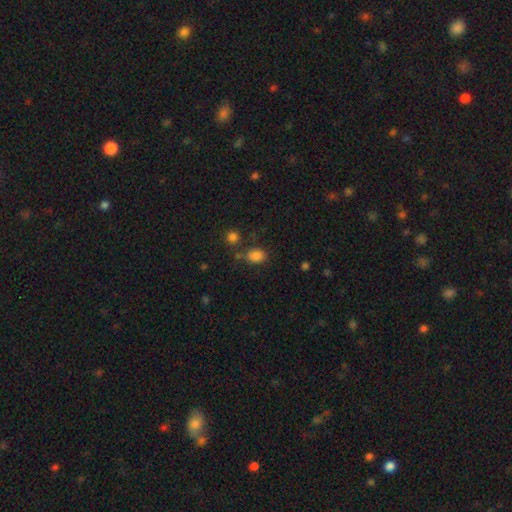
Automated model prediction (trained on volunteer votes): Smooth or featured?
  - smooth: 82% *
  - star or artifact: 13%
  - featured or disk: 5%
How rounded?
  - in between: 68% *
  - round: 30%
  - cigar-shaped: 1%
Merging?
  - none: 71% *
  - minor disturbance: 15%
  - merger: 9%
  - major disturbance: 5%